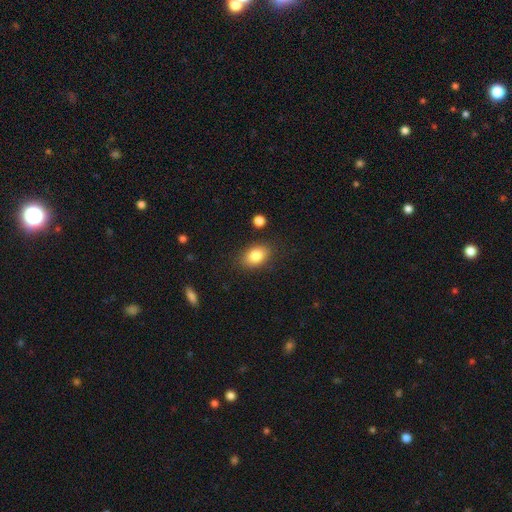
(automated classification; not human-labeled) smooth 84%, star or artifact 8%, featured or disk 8%. Down the decision tree: how rounded — in between (82%); merging — none (84%).